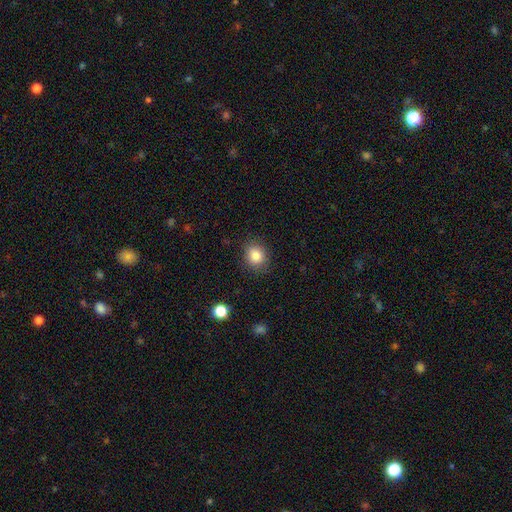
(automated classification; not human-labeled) Overall: smooth (84%). How rounded: round (72%). Merging: none (86%).